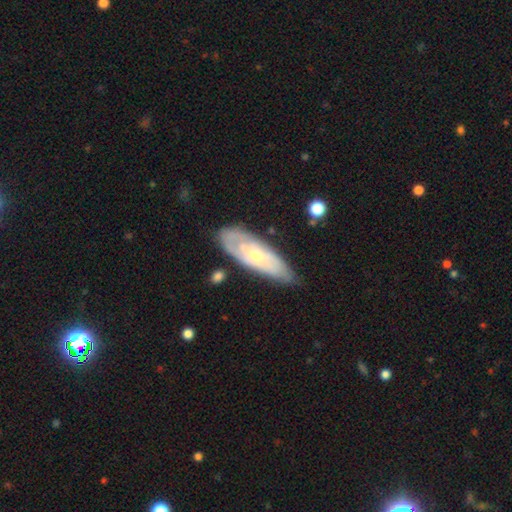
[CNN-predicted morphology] This appears to be a featured or disk galaxy (60%). Merging: none (70%).